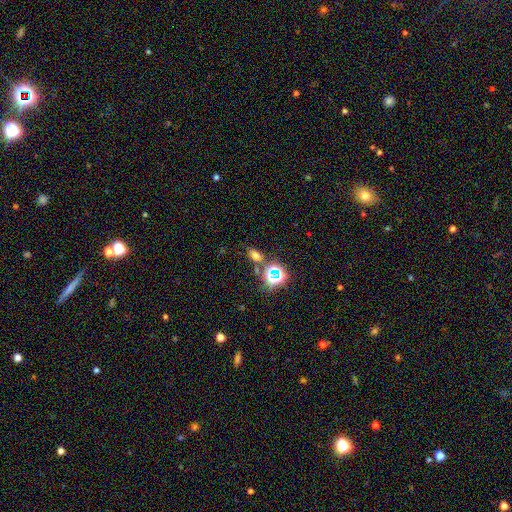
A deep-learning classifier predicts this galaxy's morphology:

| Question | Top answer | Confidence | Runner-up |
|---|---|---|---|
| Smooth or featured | smooth | 57% | star or artifact (31%) |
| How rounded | in between | 76% | round (16%) |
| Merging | none | 72% | merger (13%) |